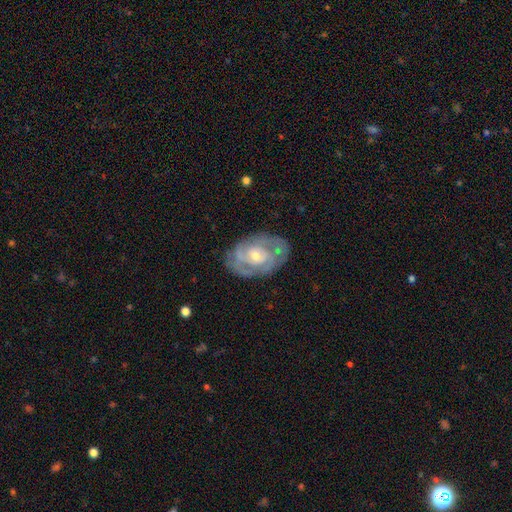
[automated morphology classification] smooth-or-featured: featured or disk: 77% | smooth: 17% | star or artifact: 6%
  disk-edge-on: no: 96% | yes: 4%
    bar: no: 69% | weak: 25% | strong: 5%
    has-spiral-arms: yes: 82% | no: 18%
      spiral-winding: tight: 61% | medium: 30% | loose: 9%
      spiral-arm-count: can't tell: 41% | 2: 34% | 3: 13% | 1: 5% | 4: 5% | more than 4: 3%
    bulge-size: small: 50% | moderate: 46% | large: 2% | none: 1% | dominant: 1%
  merging: none: 74% | minor disturbance: 18% | major disturbance: 6% | merger: 1%